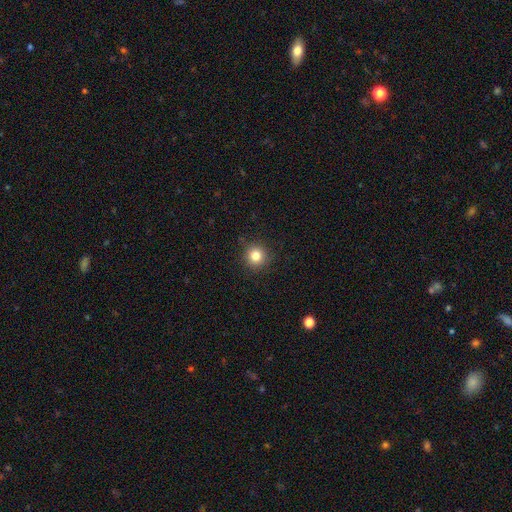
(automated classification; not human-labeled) A smooth galaxy with no disk features (82%) that is round (94%). Merging: none (89%).